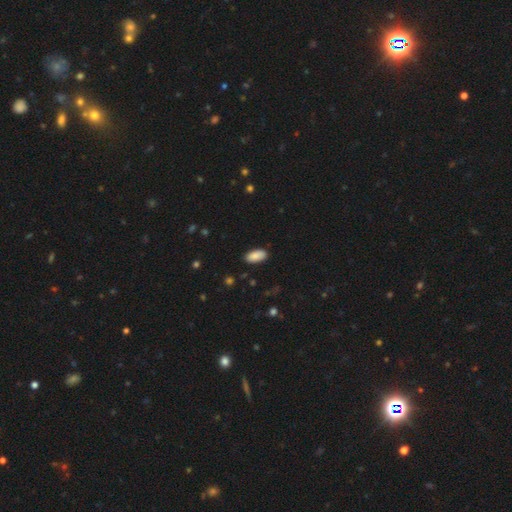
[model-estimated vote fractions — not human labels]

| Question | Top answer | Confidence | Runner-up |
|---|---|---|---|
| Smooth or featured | smooth | 88% | star or artifact (7%) |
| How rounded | in between | 93% | cigar-shaped (5%) |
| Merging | none | 88% | minor disturbance (9%) |